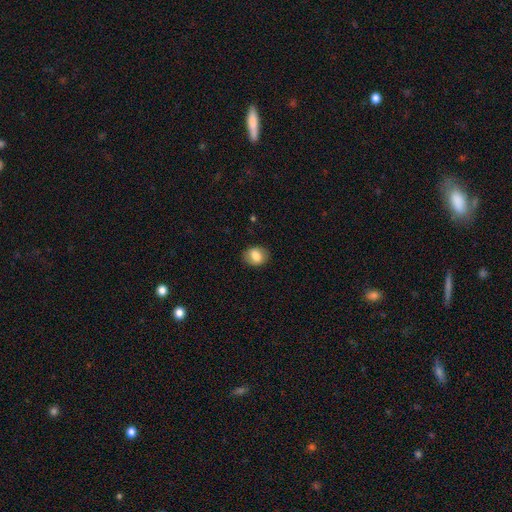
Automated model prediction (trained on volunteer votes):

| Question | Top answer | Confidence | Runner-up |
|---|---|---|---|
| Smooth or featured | smooth | 81% | featured or disk (11%) |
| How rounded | in between | 55% | round (44%) |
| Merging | none | 84% | minor disturbance (12%) |